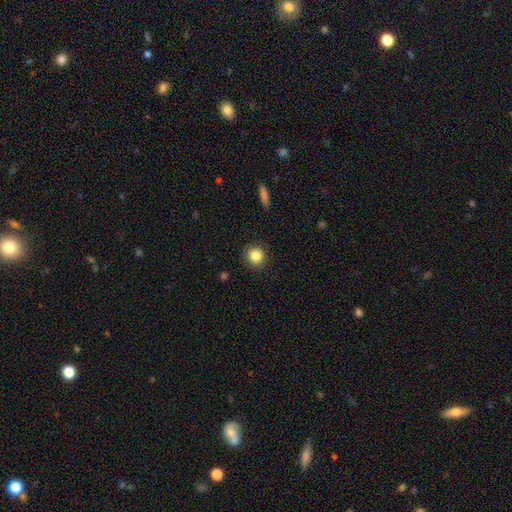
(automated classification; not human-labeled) A smooth galaxy with no disk features (86%) that is round (91%).

Vote fractions:
- Smooth or featured? smooth: 86% / star or artifact: 10% / featured or disk: 5%
- How rounded? round: 91% / in between: 8% / cigar-shaped: 1%
- Merging? none: 90% / minor disturbance: 7% / major disturbance: 2% / merger: 1%